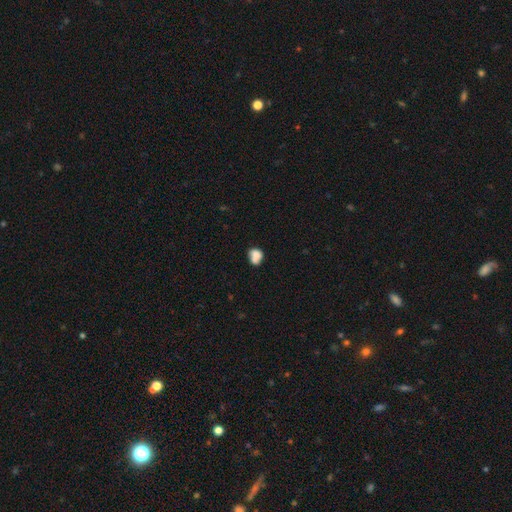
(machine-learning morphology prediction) This appears to be a smooth galaxy with no disk features (76%) that is in between round and cigar-shaped (50%). Merging: none (35%, tied with merger).